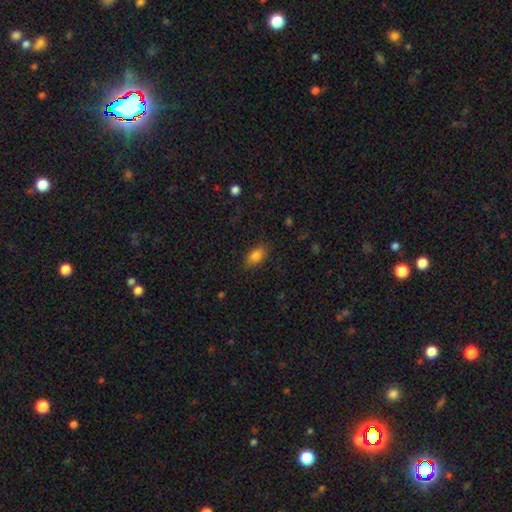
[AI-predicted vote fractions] Morphology: type=smooth (83%); roundness=in between (86%); merging=none (79%).